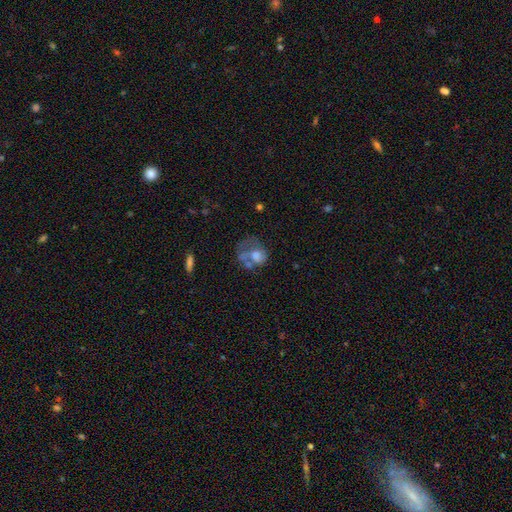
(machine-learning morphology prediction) type=smooth (46%); merging=major disturbance (33%).